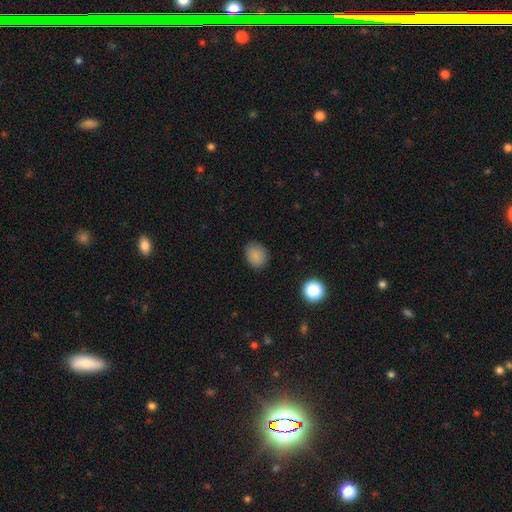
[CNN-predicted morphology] This is clearly a smooth galaxy (85%). How rounded: possibly round (59%). Merging: clearly none (85%).